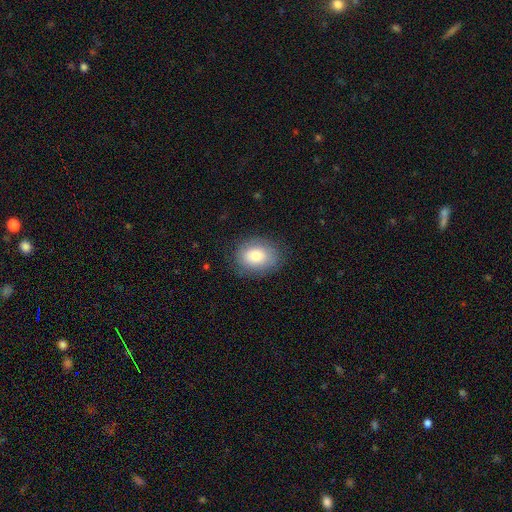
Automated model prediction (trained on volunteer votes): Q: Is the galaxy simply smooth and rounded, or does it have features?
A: smooth — 76%.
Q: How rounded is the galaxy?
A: in between — 63%.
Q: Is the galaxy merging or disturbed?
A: none — 79%.